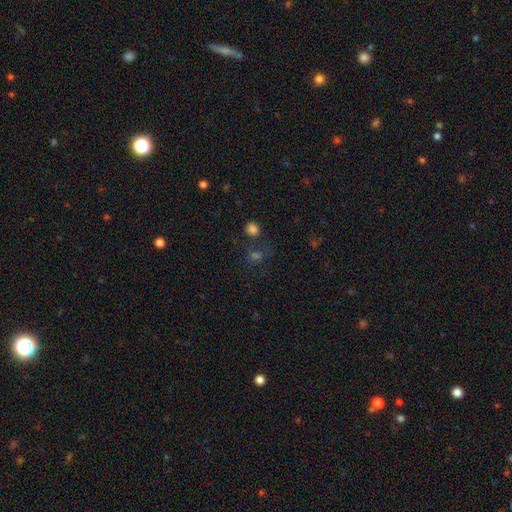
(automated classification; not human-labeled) This appears to be a star or artifact, not a galaxy (45%).